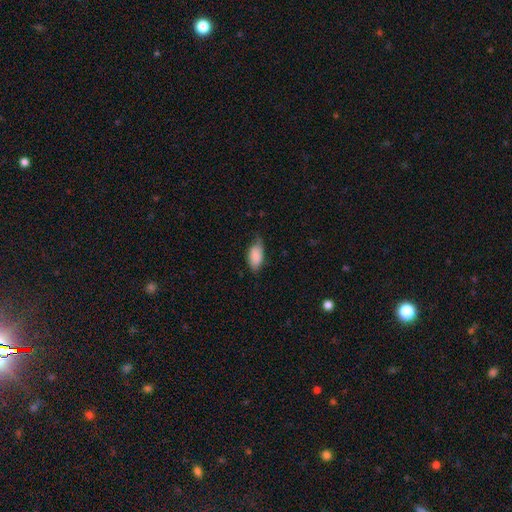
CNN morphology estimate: Smooth or featured?
  - smooth: 84% *
  - featured or disk: 10%
  - star or artifact: 6%
How rounded?
  - in between: 93% *
  - cigar-shaped: 4%
  - round: 3%
Merging?
  - none: 57% *
  - minor disturbance: 34%
  - major disturbance: 8%
  - merger: 1%